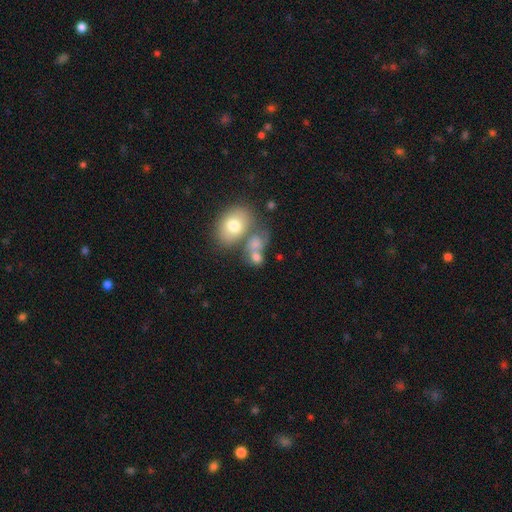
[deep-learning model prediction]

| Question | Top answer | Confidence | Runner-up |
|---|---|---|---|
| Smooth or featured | smooth | 70% | featured or disk (18%) |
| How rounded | in between | 61% | round (37%) |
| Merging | merger | 43% | none (35%) |